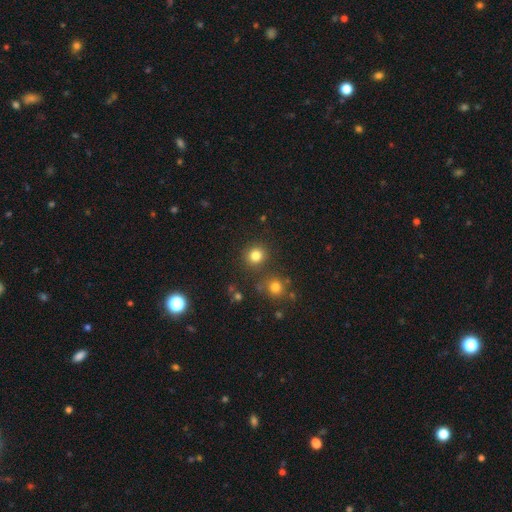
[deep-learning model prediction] This appears to be a smooth galaxy with no disk features (81%) that is round (90%). Merging: none (85%).